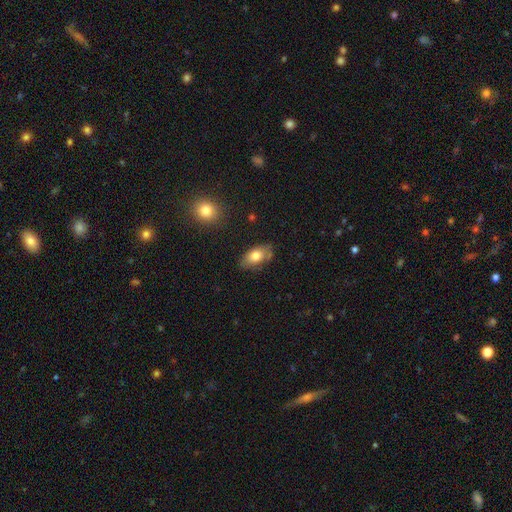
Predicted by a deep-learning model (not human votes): Smooth or featured? smooth (75%)
How rounded? in between (90%)
Merging? none (73%)